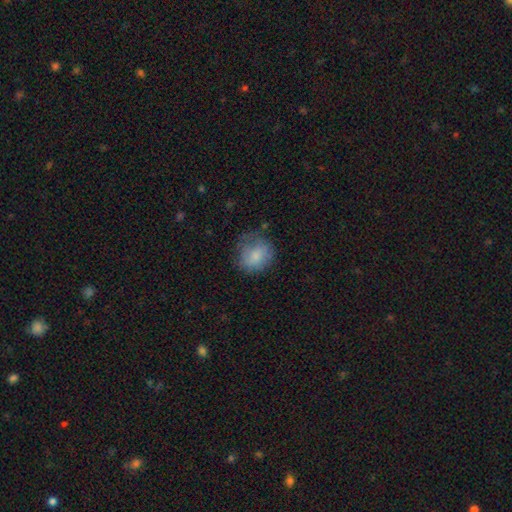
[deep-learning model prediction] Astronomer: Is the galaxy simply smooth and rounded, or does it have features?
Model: smooth — 78%.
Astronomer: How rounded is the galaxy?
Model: round — 75%.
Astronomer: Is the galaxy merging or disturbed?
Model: none — 58%.